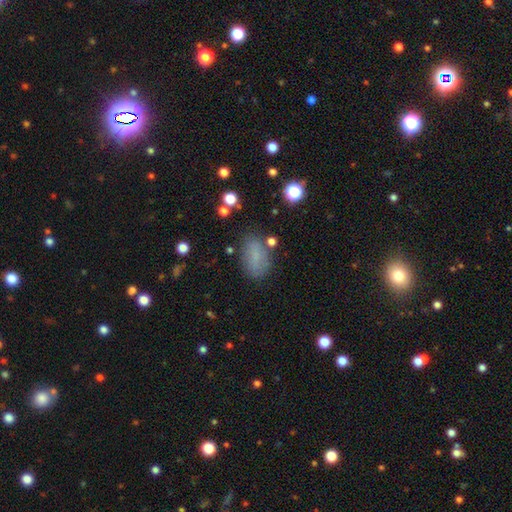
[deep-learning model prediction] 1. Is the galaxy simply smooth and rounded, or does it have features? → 75% smooth, 13% star or artifact, 12% featured or disk.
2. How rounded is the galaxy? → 89% in between, 7% round, 4% cigar-shaped.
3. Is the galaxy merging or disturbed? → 76% none, 16% minor disturbance, 5% major disturbance, 4% merger.